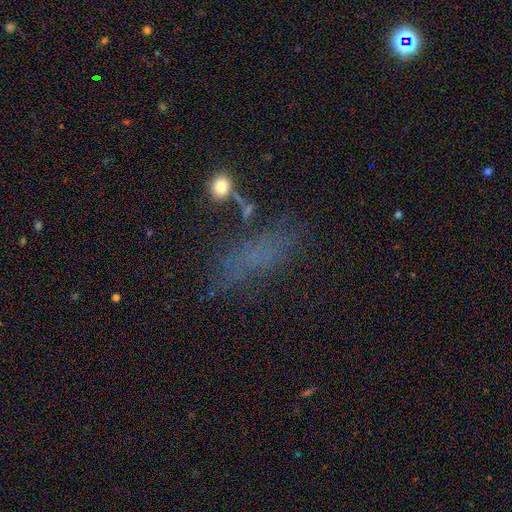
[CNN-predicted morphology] Smooth or featured: smooth — 52% (star or artifact — 28%)
How rounded: in between — 49% (cigar-shaped — 45%)
Merging: none — 64% (minor disturbance — 20%)